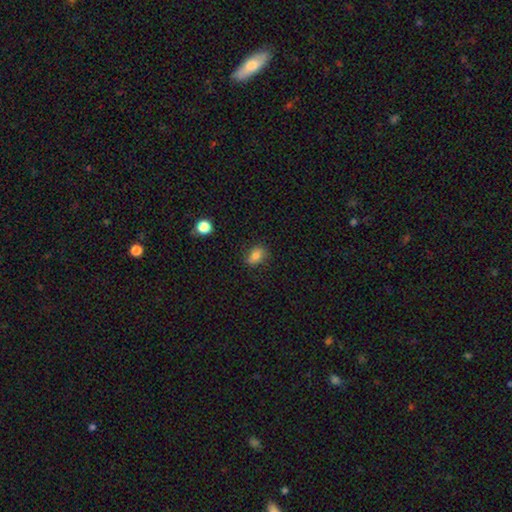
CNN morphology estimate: Overall: smooth (74%). How rounded: in between (68%; round 30%). Merging: none (79%).